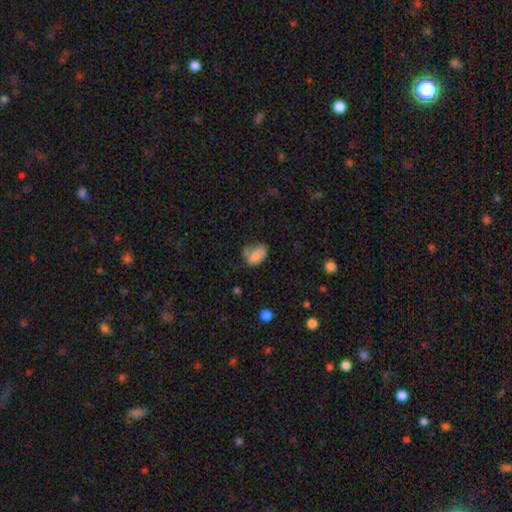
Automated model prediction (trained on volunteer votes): Overall: smooth (70%). How rounded: in between (77%). Merging: none (40%; minor disturbance 33%).